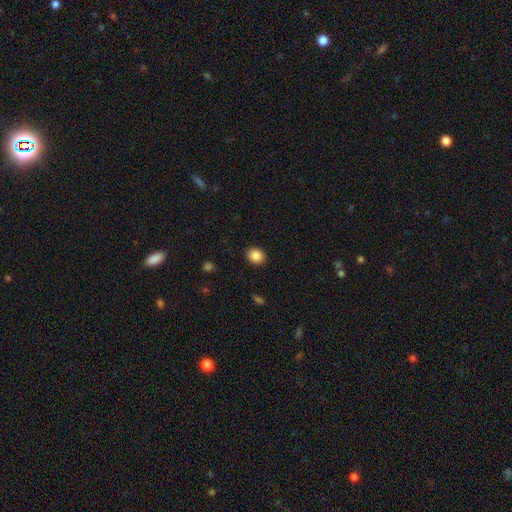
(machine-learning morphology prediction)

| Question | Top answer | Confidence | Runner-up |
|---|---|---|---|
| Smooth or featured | smooth | 87% | star or artifact (9%) |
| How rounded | round | 64% | in between (35%) |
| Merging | none | 90% | minor disturbance (7%) |